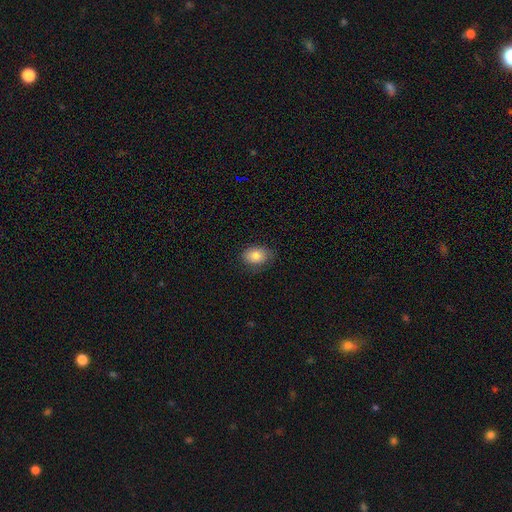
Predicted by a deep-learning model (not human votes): The model was most divided on "how rounded": in between: 76%, round: 23%, cigar-shaped: 1%. More confident: smooth or featured — smooth (82%); merging — none (77%).